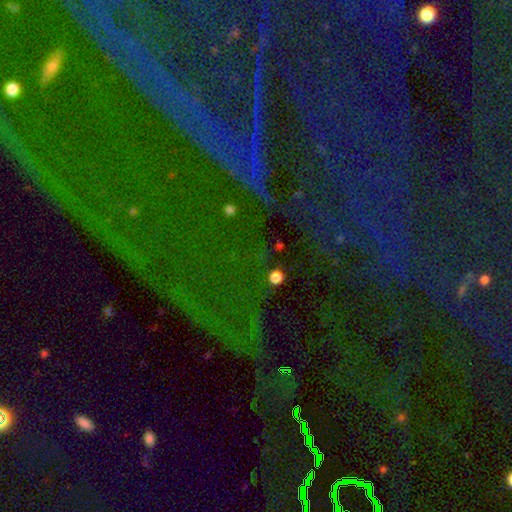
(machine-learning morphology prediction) Smooth or featured: star or artifact — 78% (featured or disk — 12%)